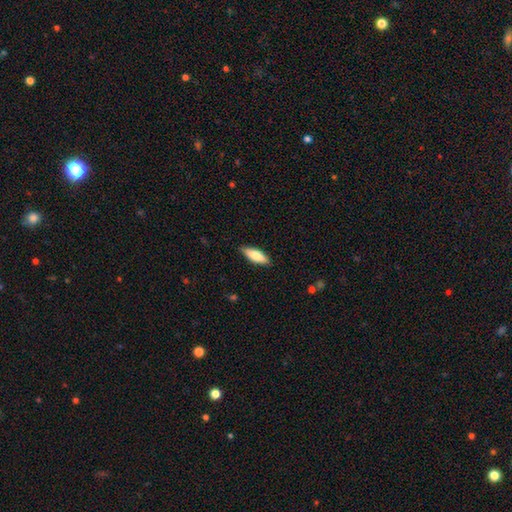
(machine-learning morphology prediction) smooth_or_featured: smooth (p=0.76) [alt: featured or disk p=0.18]
how_rounded: in between (p=0.53) [alt: cigar-shaped p=0.45]
merging: none (p=0.88) [alt: minor disturbance p=0.09]